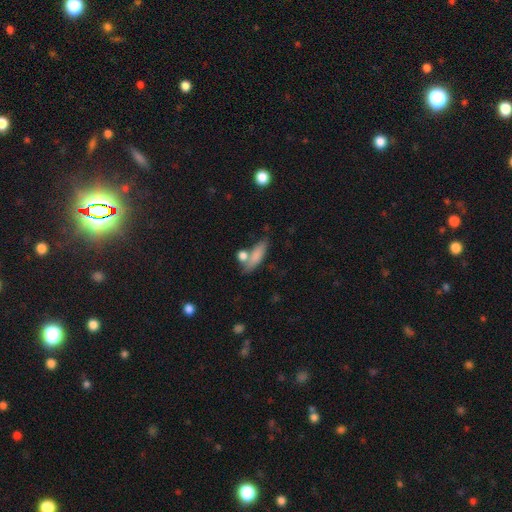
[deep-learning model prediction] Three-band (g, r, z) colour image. It shows a smooth galaxy with no disk features (78%) that is in between round and cigar-shaped (53%). Merging: none (54%).